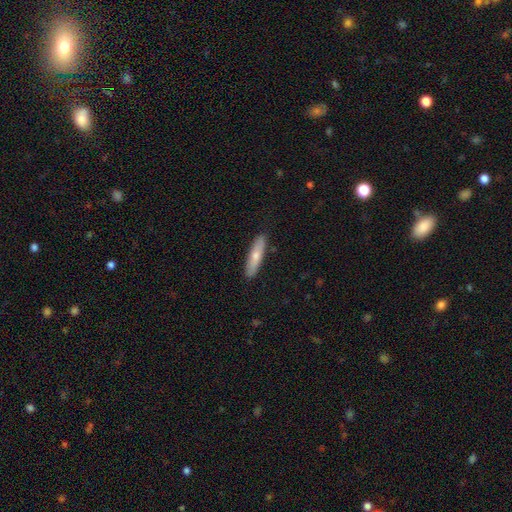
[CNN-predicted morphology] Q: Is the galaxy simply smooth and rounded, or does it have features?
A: smooth — 68%.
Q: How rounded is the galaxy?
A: cigar-shaped — 77%.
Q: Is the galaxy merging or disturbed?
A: none — 89%.